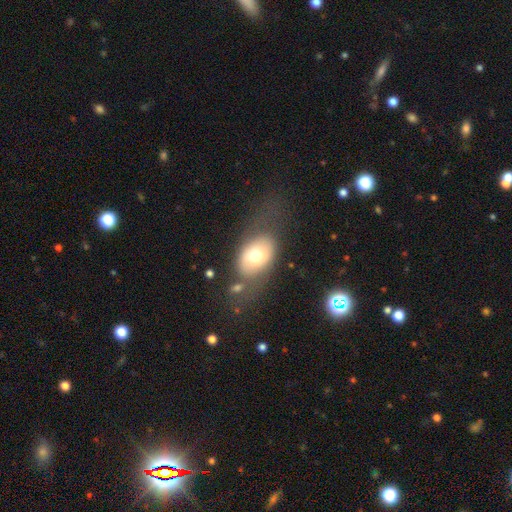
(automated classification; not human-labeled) This appears to be a smooth galaxy with no disk features (65%) that is in between round and cigar-shaped (83%). Merging: none (56%).